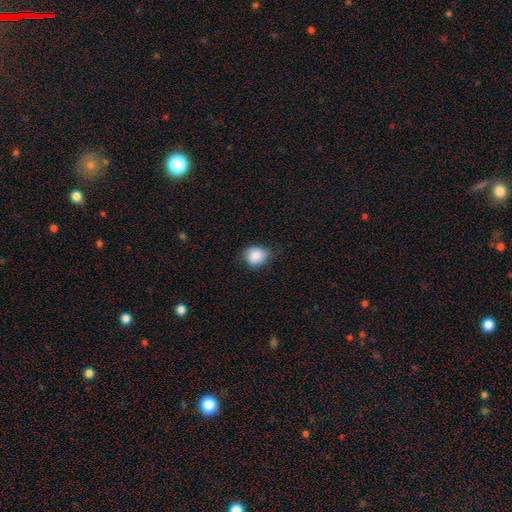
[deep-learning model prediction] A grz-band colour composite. It shows a smooth galaxy with no disk features (86%) that is round (66%). Merging: none (66%).